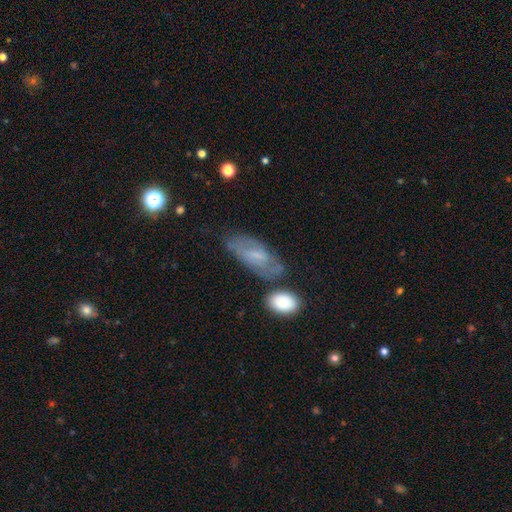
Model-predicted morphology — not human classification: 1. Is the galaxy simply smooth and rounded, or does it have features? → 51% featured or disk, 41% smooth, 9% star or artifact.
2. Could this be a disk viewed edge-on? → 86% no, 14% yes.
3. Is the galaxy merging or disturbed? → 58% none, 22% minor disturbance, 11% merger, 9% major disturbance.